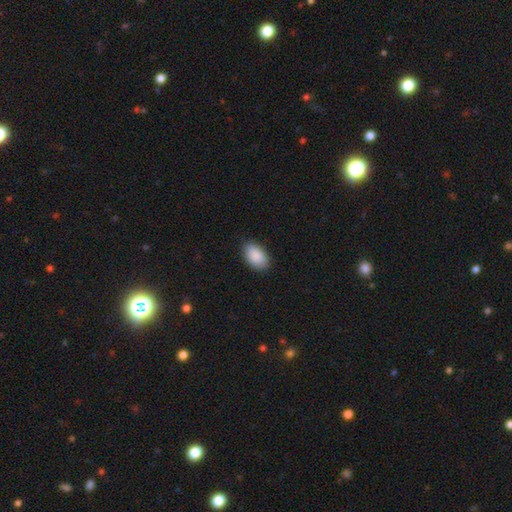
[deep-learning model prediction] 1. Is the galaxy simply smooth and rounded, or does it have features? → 90% smooth, 6% star or artifact, 4% featured or disk.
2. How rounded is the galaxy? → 93% in between, 6% round, 1% cigar-shaped.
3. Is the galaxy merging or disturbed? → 85% none, 12% minor disturbance, 2% major disturbance, 1% merger.